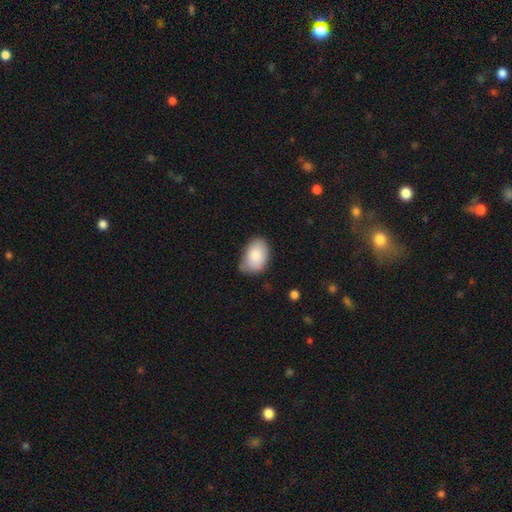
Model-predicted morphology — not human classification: Smooth or featured: smooth — 84% (featured or disk — 10%)
How rounded: in between — 88% (round — 11%)
Merging: none — 64% (minor disturbance — 29%)